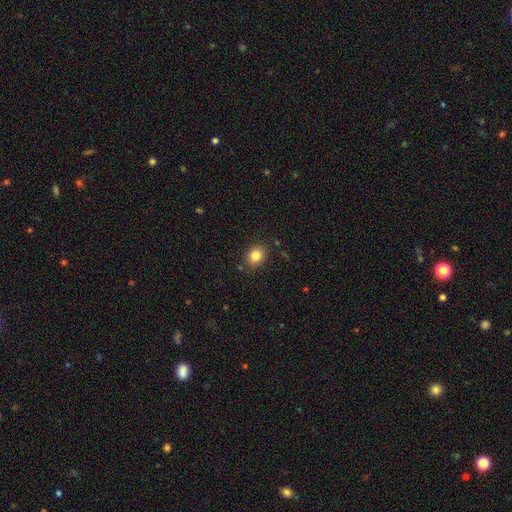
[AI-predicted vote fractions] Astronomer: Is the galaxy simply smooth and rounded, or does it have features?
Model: smooth — 83%.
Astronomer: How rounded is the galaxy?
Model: round — 64%.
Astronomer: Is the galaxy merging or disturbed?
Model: none — 85%.